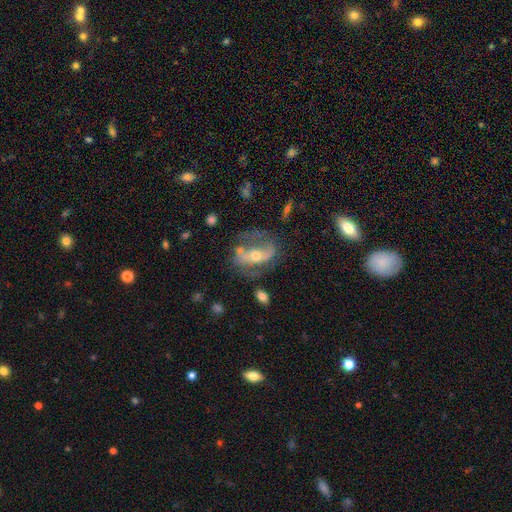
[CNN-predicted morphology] Smooth or featured: featured or disk — 74% (smooth — 19%)
Edge-on disk: no — 94% (yes — 6%)
Bar: no — 41% (strong — 30%)
Spiral arms: yes — 77% (no — 23%)
Spiral winding: medium — 41% (loose — 37%)
Spiral arm count: 2 — 72% (1 — 13%)
Bulge size: moderate — 52% (small — 43%)
Merging: none — 49% (major disturbance — 22%)